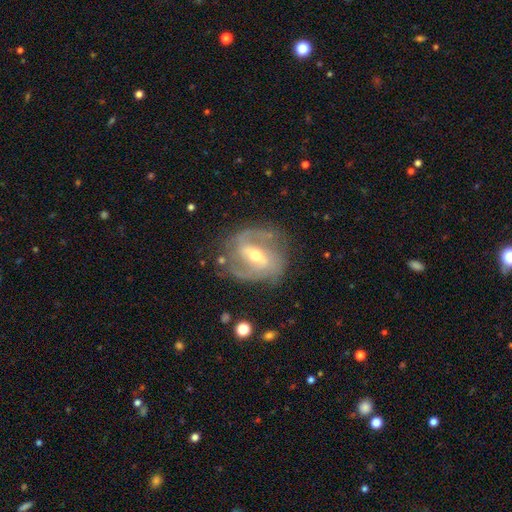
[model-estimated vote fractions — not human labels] The model was most divided on "bar": strong: 45%, weak: 39%, no: 16%. Remaining: edge-on disk — no (96%); spiral arms — yes (92%); smooth or featured — featured or disk (86%); spiral arm count — 2 (74%); merging — none (73%); bulge size — moderate (58%); spiral winding — medium (48%).